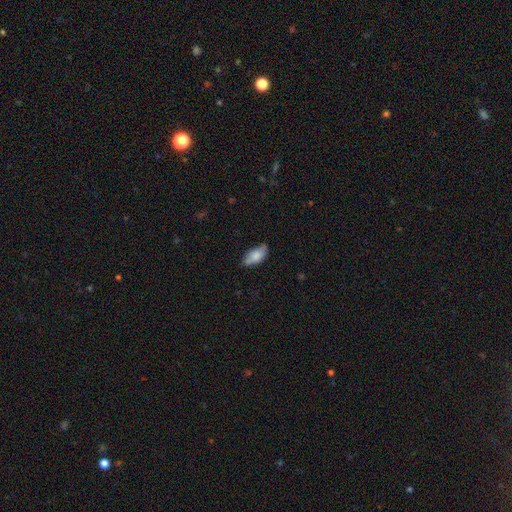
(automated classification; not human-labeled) Overall: smooth (75%). How rounded: in between (88%). Merging: none (65%; minor disturbance 28%).